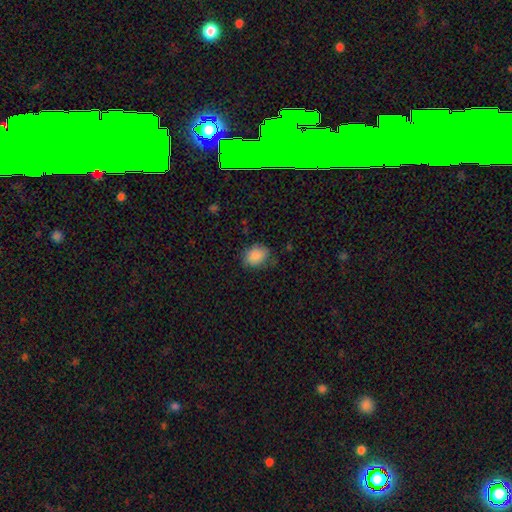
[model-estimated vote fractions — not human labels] Morphology: type=smooth (87%); roundness=in between (68%); merging=none (70%).